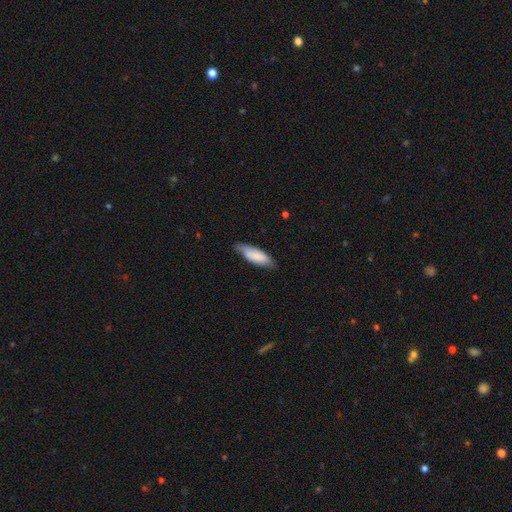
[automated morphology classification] smooth-or-featured: smooth: 80% | featured or disk: 15% | star or artifact: 5%
  how-rounded: in between: 60% | cigar-shaped: 39% | round: 1%
  merging: none: 72% | minor disturbance: 23% | major disturbance: 4% | merger: 1%